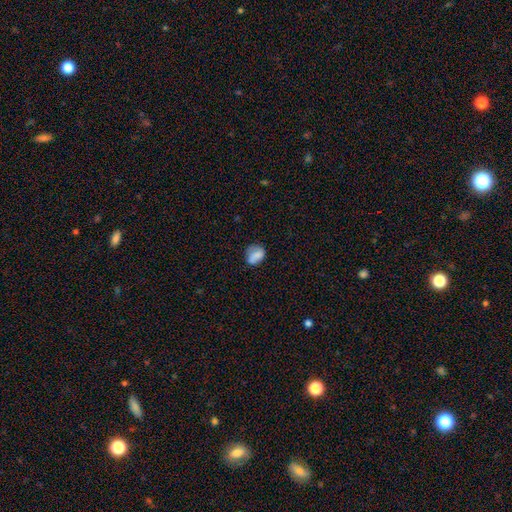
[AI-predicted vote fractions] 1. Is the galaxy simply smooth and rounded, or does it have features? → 77% smooth, 13% featured or disk, 9% star or artifact.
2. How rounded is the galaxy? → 56% in between, 43% round, 2% cigar-shaped.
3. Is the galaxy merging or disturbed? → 56% none, 30% minor disturbance, 11% major disturbance, 4% merger.